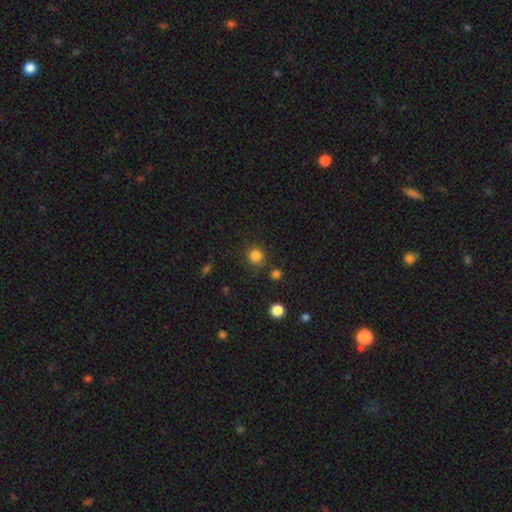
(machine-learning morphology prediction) The model was most divided on "smooth or featured": smooth: 83%, star or artifact: 12%, featured or disk: 4%. More confident: how rounded — round (91%); merging — none (83%).